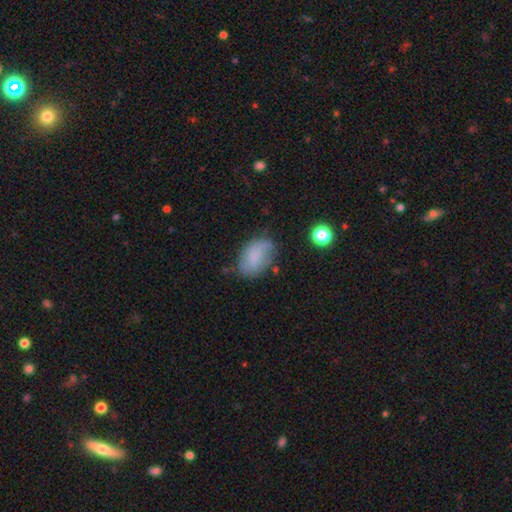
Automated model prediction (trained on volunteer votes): Q: Smooth or featured?
A: smooth (75%); runner-up: featured or disk (16%)
Q: How rounded?
A: in between (88%); runner-up: round (11%)
Q: Merging?
A: none (61%); runner-up: minor disturbance (27%)